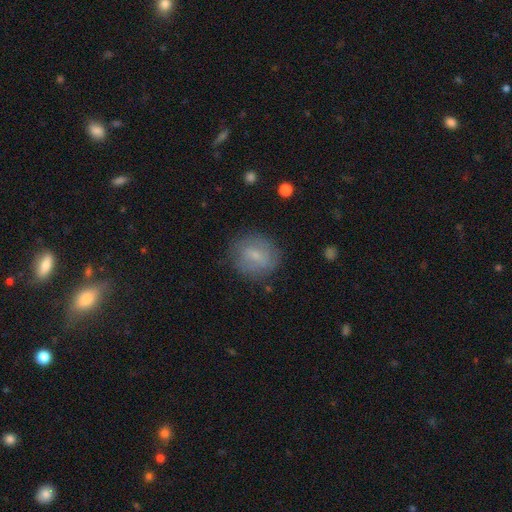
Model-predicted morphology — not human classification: smooth 64%, featured or disk 27%, star or artifact 9%. Down the decision tree: how rounded — round (79%); merging — none (78%).